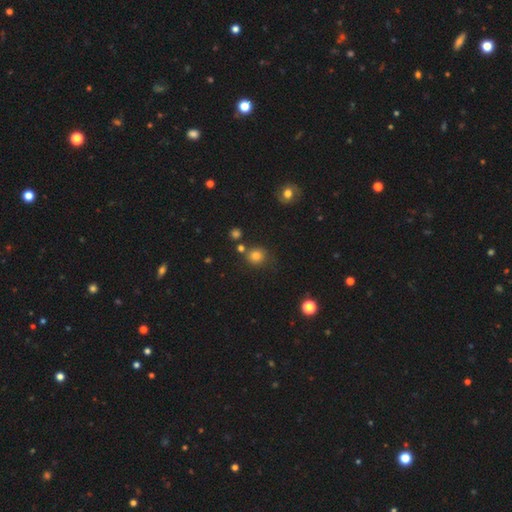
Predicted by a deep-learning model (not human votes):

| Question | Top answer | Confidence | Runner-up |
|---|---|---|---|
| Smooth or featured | smooth | 79% | star or artifact (14%) |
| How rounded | round | 87% | in between (12%) |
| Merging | none | 73% | minor disturbance (12%) |